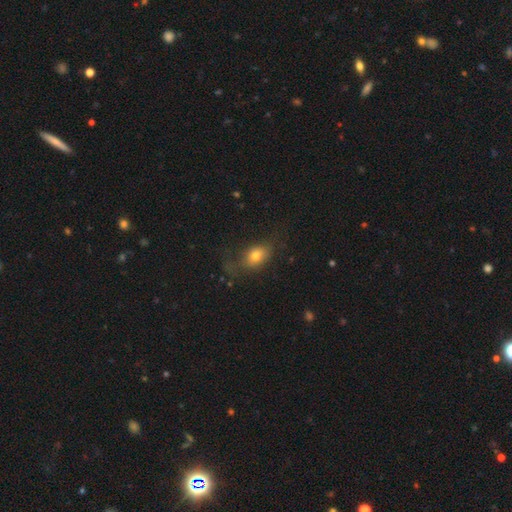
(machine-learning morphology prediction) This appears to be a smooth galaxy with no disk features (72%) that is in between round and cigar-shaped (76%). Merging: none (53%).